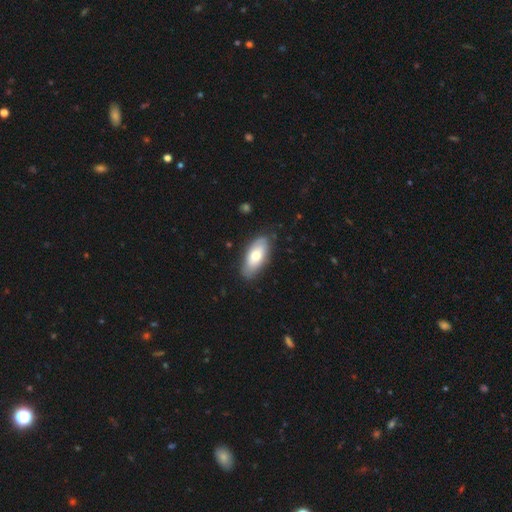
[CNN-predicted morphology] This is likely a smooth galaxy (64%). How rounded: clearly in between (88%). Merging: clearly none (81%).